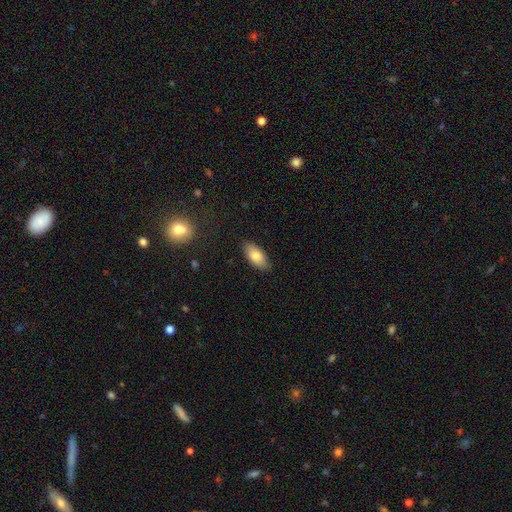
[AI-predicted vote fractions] This is likely a smooth galaxy (79%). How rounded: clearly in between (89%). Merging: clearly none (86%).